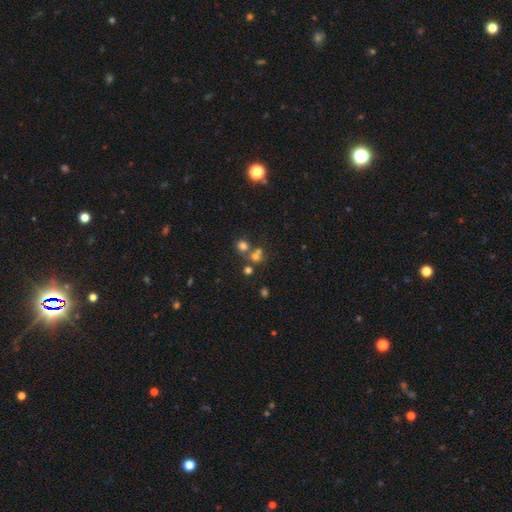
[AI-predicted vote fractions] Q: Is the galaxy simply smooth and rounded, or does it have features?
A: smooth — 60%.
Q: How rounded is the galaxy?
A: round — 81%.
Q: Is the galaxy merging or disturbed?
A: none — 47%.